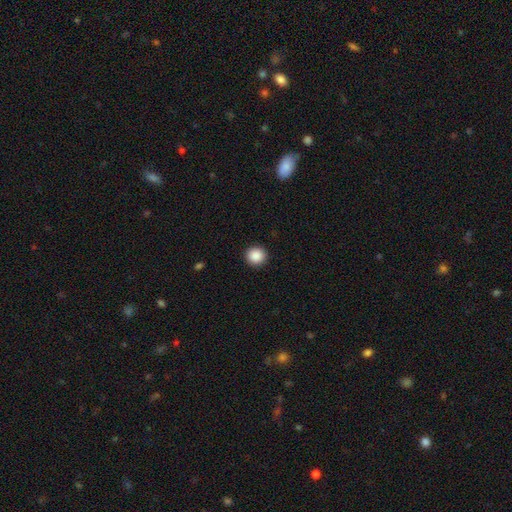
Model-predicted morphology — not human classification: Smooth or featured?
  - smooth: 88% *
  - star or artifact: 9%
  - featured or disk: 3%
How rounded?
  - round: 92% *
  - in between: 7%
  - cigar-shaped: 1%
Merging?
  - none: 92% *
  - minor disturbance: 5%
  - major disturbance: 2%
  - merger: 1%